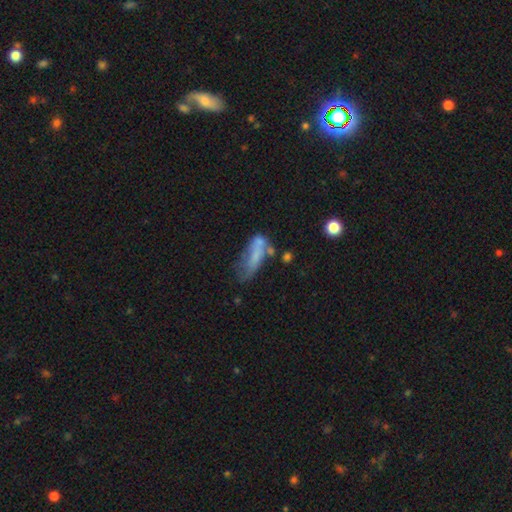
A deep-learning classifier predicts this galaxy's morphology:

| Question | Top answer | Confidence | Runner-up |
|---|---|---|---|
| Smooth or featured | smooth | 59% | featured or disk (30%) |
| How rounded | in between | 63% | cigar-shaped (34%) |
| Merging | none | 28% | major disturbance (26%) |